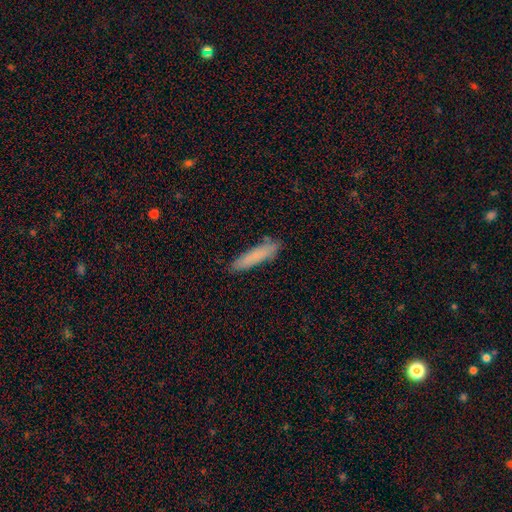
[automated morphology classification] Smooth or featured: smooth — 80% (featured or disk — 13%)
How rounded: cigar-shaped — 85% (in between — 13%)
Merging: none — 84% (minor disturbance — 12%)